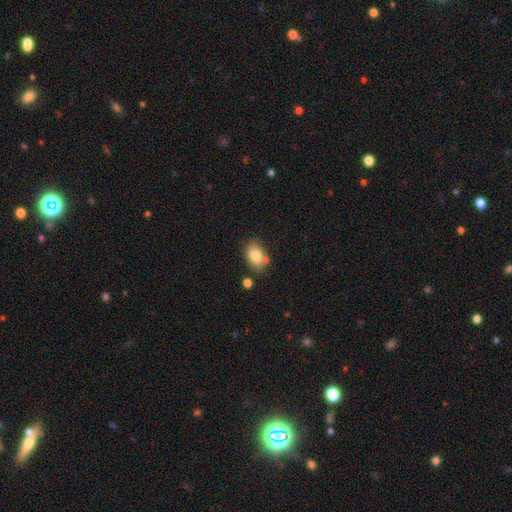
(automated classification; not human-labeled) smooth_or_featured: smooth (p=0.83) [alt: featured or disk p=0.09]
how_rounded: in between (p=0.82) [alt: round p=0.17]
merging: none (p=0.69) [alt: minor disturbance p=0.18]